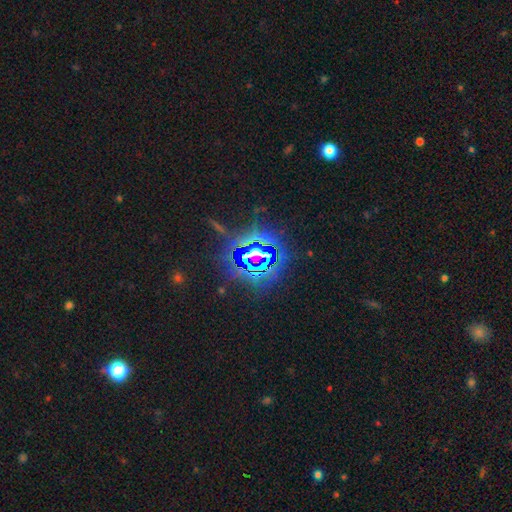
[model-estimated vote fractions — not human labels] A star or artifact, not a galaxy (79%).

Vote fractions:
- Smooth or featured? star or artifact: 79% / smooth: 11% / featured or disk: 10%